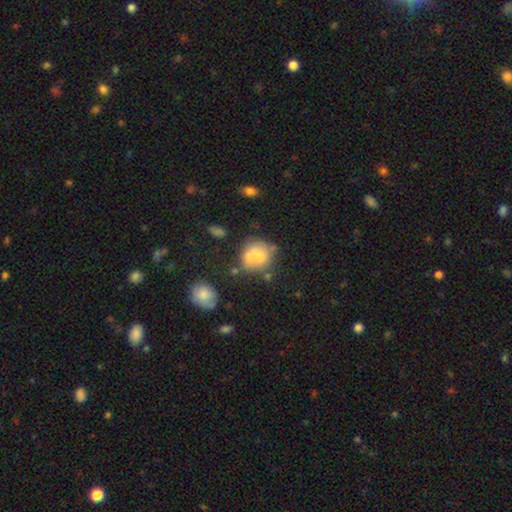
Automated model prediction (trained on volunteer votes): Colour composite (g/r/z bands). It shows a smooth galaxy with no disk features (61%) that is round (70%). Merging: none (40%).